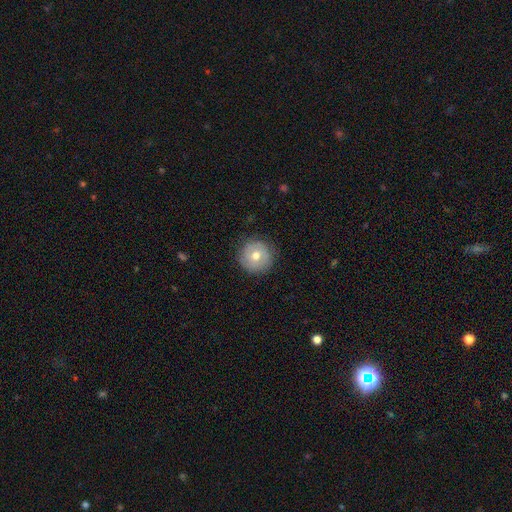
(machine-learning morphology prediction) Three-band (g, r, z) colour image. It shows a smooth galaxy with no disk features (66%) that is round (95%). Merging: none (86%).